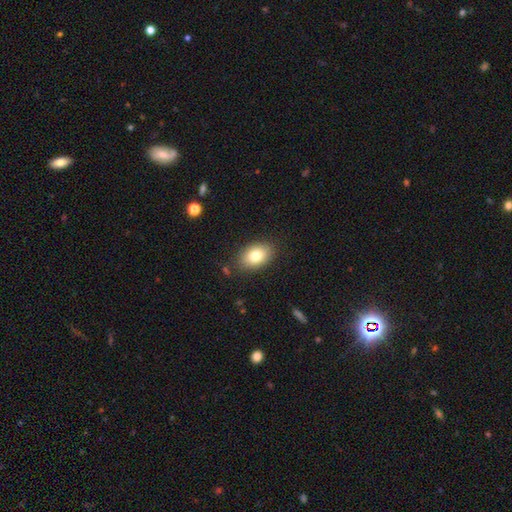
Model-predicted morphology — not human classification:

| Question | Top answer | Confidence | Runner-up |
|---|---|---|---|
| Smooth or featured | smooth | 79% | featured or disk (12%) |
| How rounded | in between | 86% | round (13%) |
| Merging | none | 85% | minor disturbance (11%) |